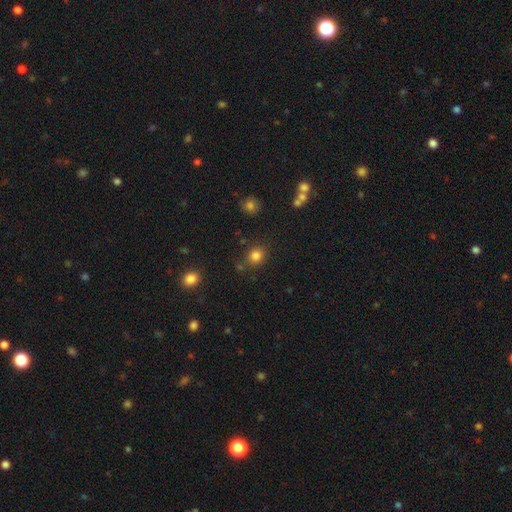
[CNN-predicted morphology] smooth 82%, star or artifact 13%, featured or disk 5%. Down the decision tree: how rounded — round (74%); merging — none (76%).